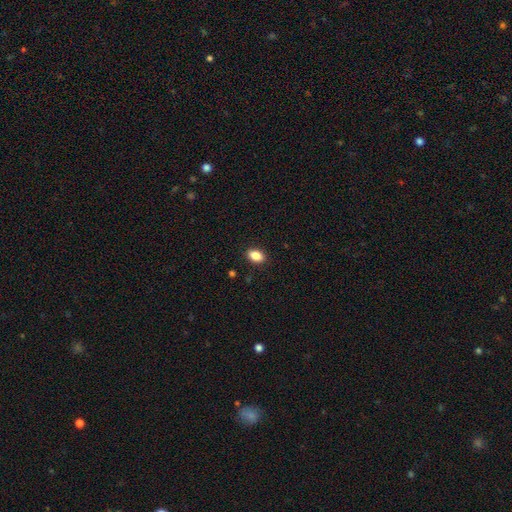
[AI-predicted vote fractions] Smooth or featured?
  - smooth: 87% *
  - star or artifact: 9%
  - featured or disk: 4%
How rounded?
  - in between: 87% *
  - round: 11%
  - cigar-shaped: 2%
Merging?
  - none: 89% *
  - minor disturbance: 8%
  - major disturbance: 2%
  - merger: 1%